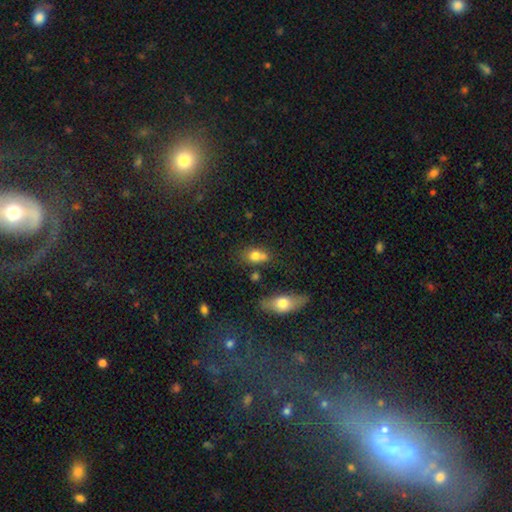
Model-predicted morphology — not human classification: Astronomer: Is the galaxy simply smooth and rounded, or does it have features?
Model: smooth — 75%.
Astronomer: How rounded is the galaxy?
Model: in between — 57% (runner-up: round, 40%).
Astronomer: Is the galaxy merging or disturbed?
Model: none — 45% (runner-up: merger, 32%).